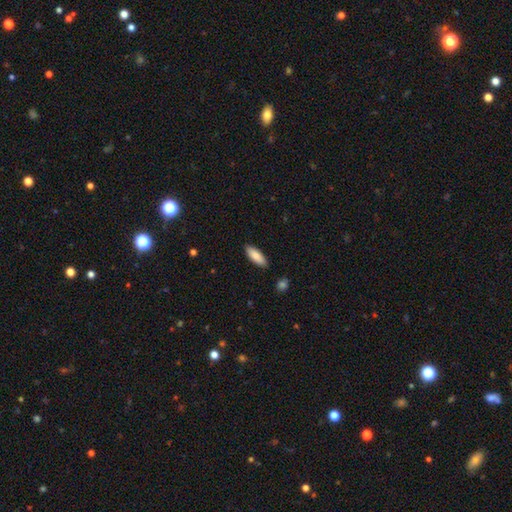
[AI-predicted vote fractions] Smooth or featured? Predicted: smooth (p=0.86). How rounded? Predicted: in between (p=0.68). Merging? Predicted: none (p=0.88).